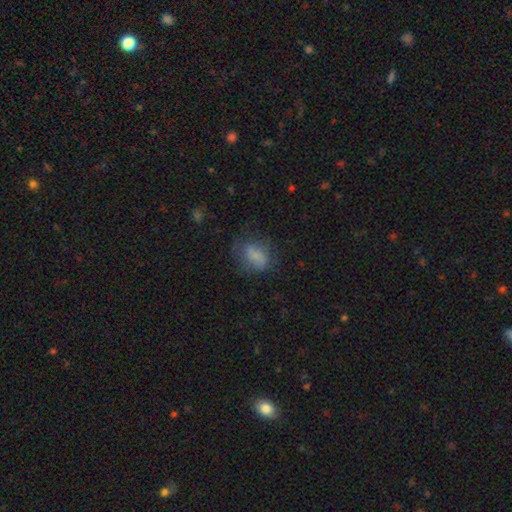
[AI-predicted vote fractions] smooth-or-featured: smooth: 69% | featured or disk: 19% | star or artifact: 11%
  how-rounded: in between: 75% | round: 22% | cigar-shaped: 3%
  merging: none: 52% | minor disturbance: 27% | major disturbance: 19% | merger: 2%